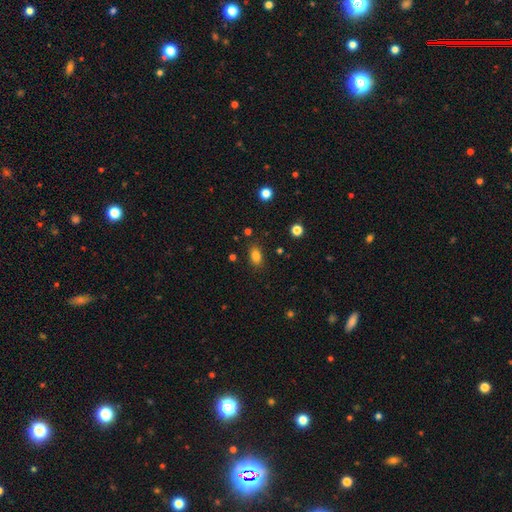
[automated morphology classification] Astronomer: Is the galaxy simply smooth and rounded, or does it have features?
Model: smooth — 83%.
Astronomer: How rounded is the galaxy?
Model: in between — 85%.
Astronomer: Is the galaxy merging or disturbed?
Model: none — 85%.